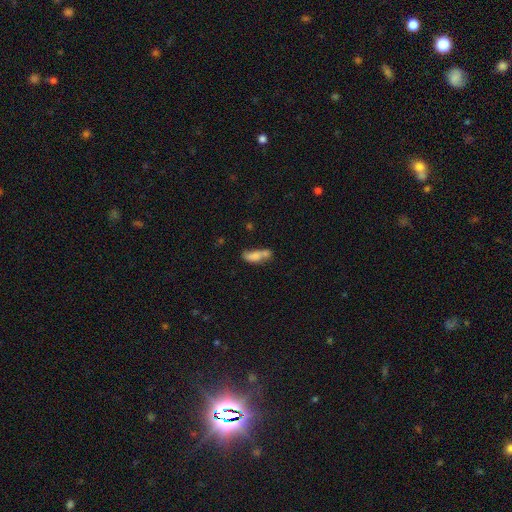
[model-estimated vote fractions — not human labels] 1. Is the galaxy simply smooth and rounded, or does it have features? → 71% smooth, 19% featured or disk, 10% star or artifact.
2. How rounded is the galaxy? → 66% in between, 30% cigar-shaped, 4% round.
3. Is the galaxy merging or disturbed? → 44% merger, 28% none, 17% minor disturbance, 10% major disturbance.